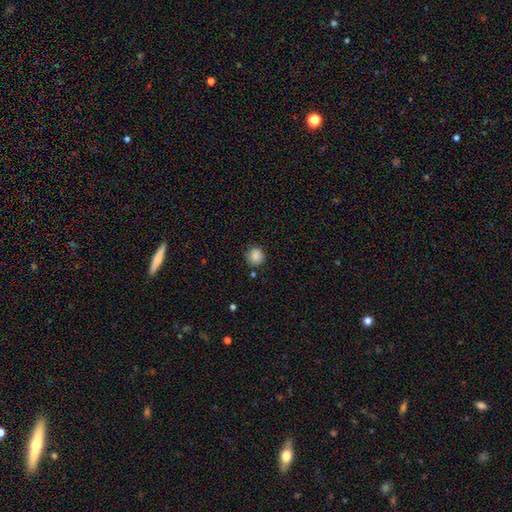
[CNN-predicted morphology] smooth_or_featured: smooth (p=0.87) [alt: star or artifact p=0.10]
how_rounded: round (p=0.90) [alt: in between p=0.09]
merging: none (p=0.84) [alt: minor disturbance p=0.11]